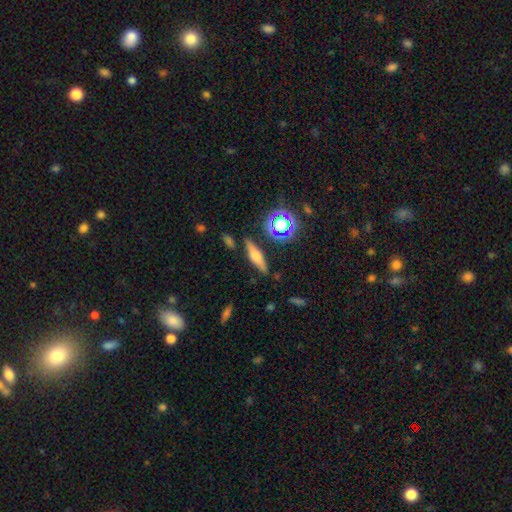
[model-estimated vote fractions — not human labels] Smooth or featured? Predicted: featured or disk (p=0.47). Merging? Predicted: none (p=0.83).